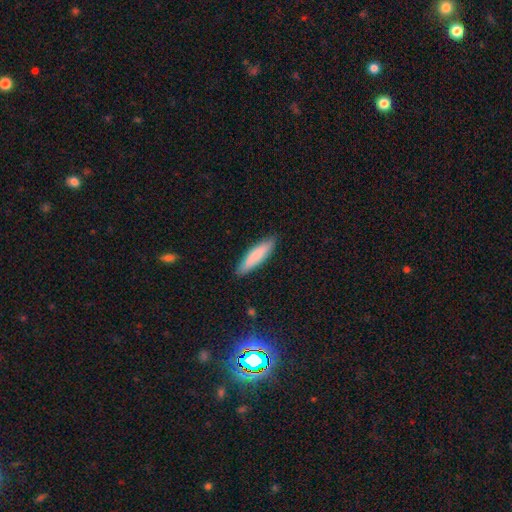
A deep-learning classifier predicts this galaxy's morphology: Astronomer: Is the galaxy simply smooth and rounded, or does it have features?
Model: smooth — 81%.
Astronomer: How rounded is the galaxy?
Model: cigar-shaped — 72%.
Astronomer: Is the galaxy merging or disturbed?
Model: none — 87%.